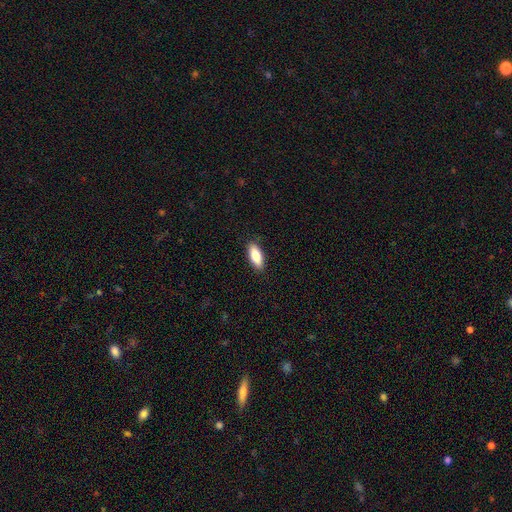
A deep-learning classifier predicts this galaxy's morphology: Smooth or featured? Predicted: smooth (p=0.84). How rounded? Predicted: in between (p=0.76). Merging? Predicted: none (p=0.89).